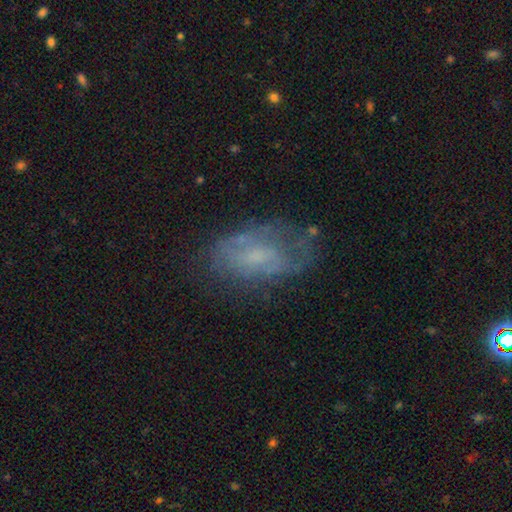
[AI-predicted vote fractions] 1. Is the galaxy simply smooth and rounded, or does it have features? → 55% featured or disk, 35% smooth, 10% star or artifact.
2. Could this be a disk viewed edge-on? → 93% no, 7% yes.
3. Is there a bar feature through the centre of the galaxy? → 62% no, 32% weak, 6% strong.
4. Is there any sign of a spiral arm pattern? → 52% yes, 48% no.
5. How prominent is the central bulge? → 38% small, 33% none, 24% moderate, 4% large, 1% dominant.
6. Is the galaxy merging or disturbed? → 57% none, 24% minor disturbance, 16% major disturbance, 3% merger.